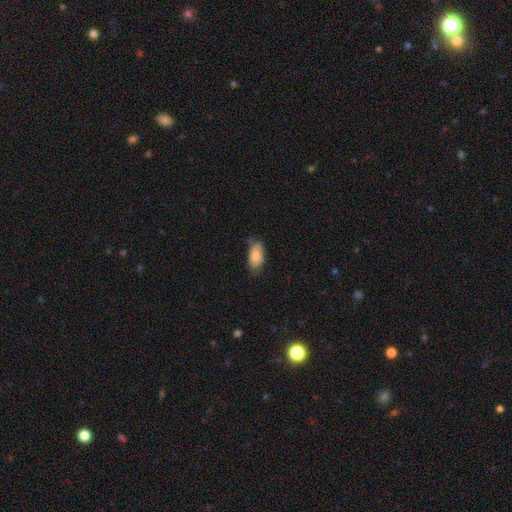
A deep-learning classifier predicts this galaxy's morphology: Overall: smooth (81%). How rounded: in between (92%). Merging: none (58%; minor disturbance 33%).